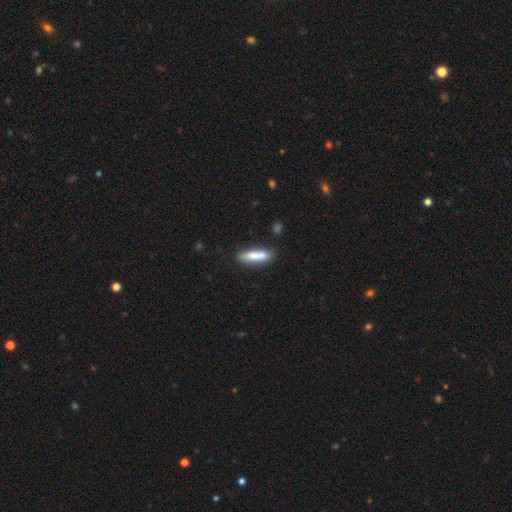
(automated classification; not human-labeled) A smooth galaxy with no disk features (79%) that is cigar-shaped (71%). Merging: none (78%).